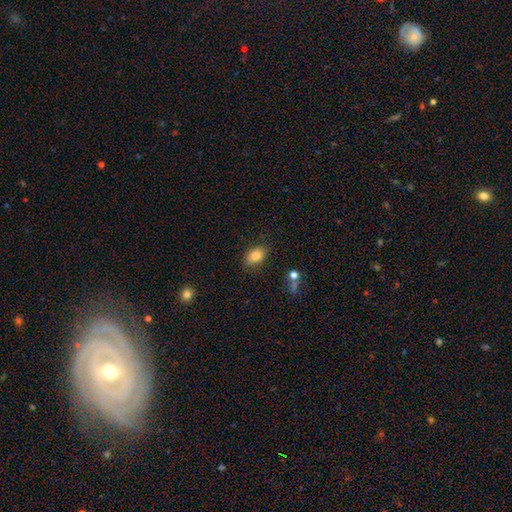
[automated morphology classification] The model was most divided on "merging": none: 81%, minor disturbance: 13%, major disturbance: 3%, merger: 2%. More confident: smooth or featured — smooth (85%); how rounded — in between (83%).